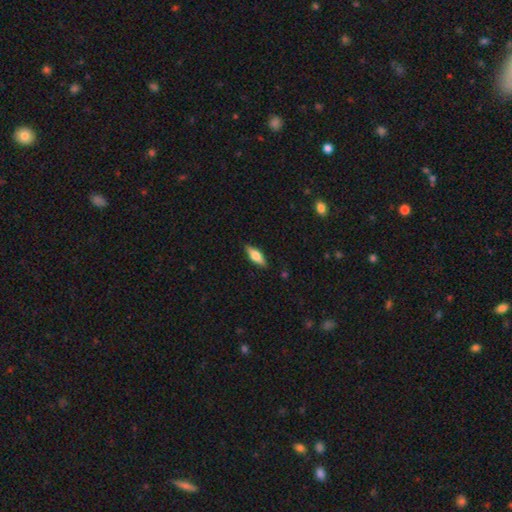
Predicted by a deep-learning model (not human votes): Smooth or featured? Predicted: smooth (p=0.58). How rounded? Predicted: in between (p=0.59). Merging? Predicted: none (p=0.88).